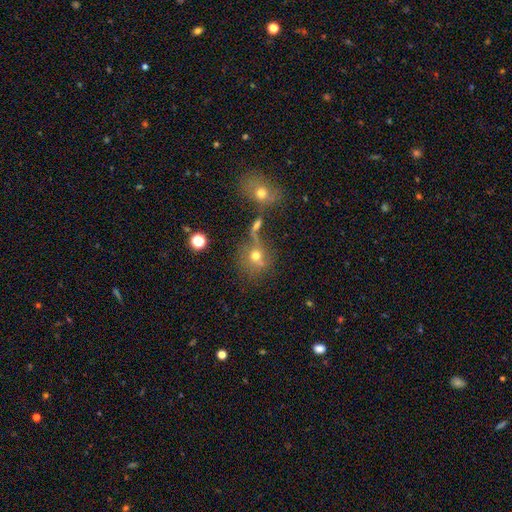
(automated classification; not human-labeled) A smooth galaxy with no disk features (63%) that is round (79%). Merging: none (48%).